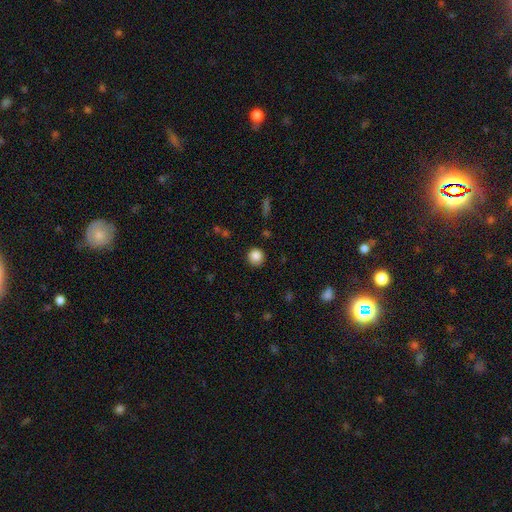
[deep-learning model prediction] A smooth galaxy with no disk features (86%) that is round (92%). Merging: none (89%).